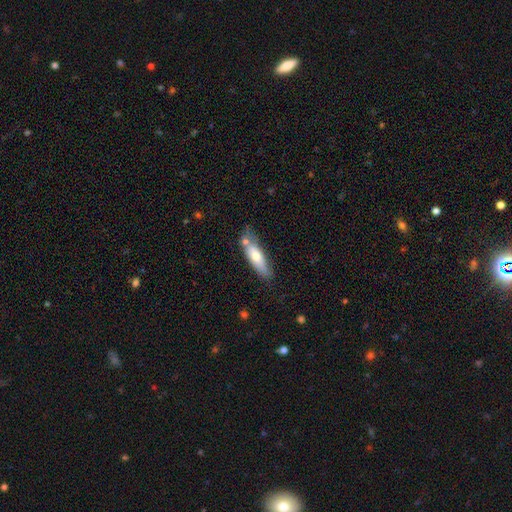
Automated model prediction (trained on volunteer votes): Overall: smooth (63%; featured or disk 30%). How rounded: cigar-shaped (59%; in between 39%). Merging: none (59%; minor disturbance 21%).